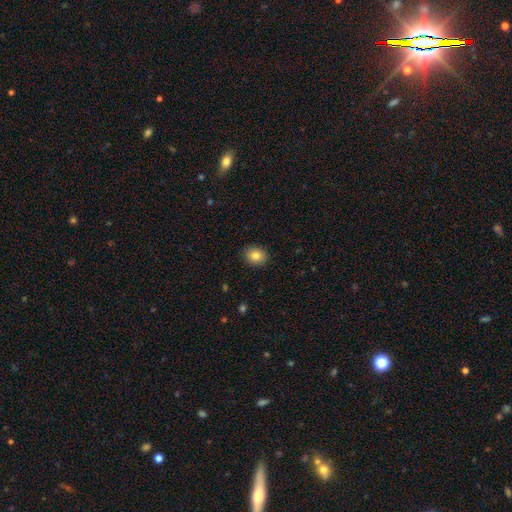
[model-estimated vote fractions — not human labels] Smooth or featured? Predicted: smooth (p=0.82). How rounded? Predicted: round (p=0.67). Merging? Predicted: none (p=0.90).